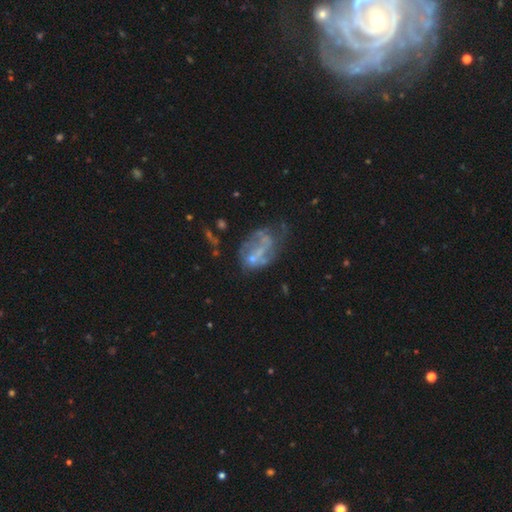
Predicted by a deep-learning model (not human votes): The model was most divided on "merging": none: 34%, major disturbance: 30%, minor disturbance: 21%, merger: 15%. More confident: edge-on disk — no (97%); bar — no (71%); spiral arms — no (65%); smooth or featured — featured or disk (64%); bulge size — none (51%).